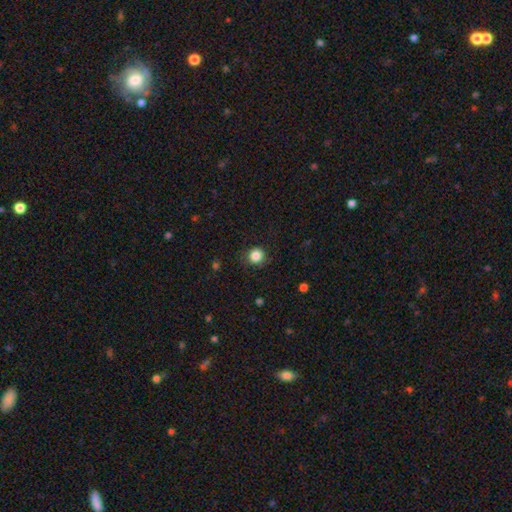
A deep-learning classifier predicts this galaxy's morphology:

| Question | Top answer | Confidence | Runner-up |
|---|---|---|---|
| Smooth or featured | smooth | 85% | star or artifact (11%) |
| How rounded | round | 89% | in between (10%) |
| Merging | none | 83% | minor disturbance (13%) |